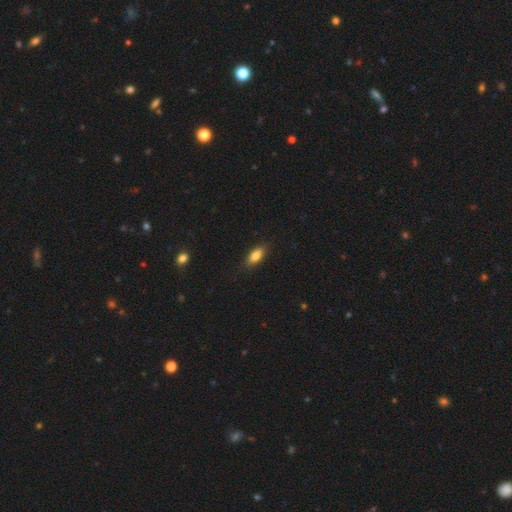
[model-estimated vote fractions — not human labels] Smooth or featured? Predicted: smooth (p=0.84). How rounded? Predicted: in between (p=0.83). Merging? Predicted: none (p=0.86).